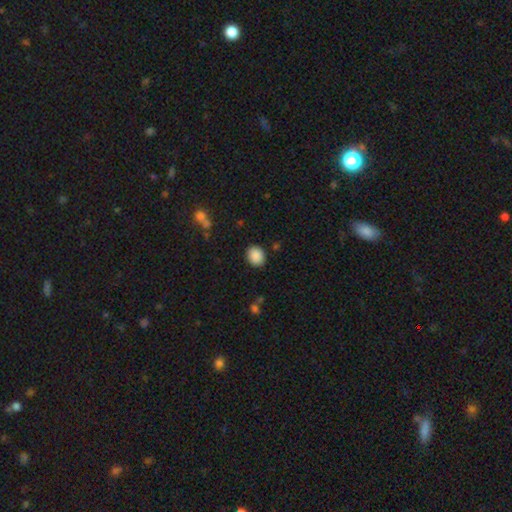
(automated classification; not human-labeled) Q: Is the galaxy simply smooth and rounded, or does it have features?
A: smooth — 88%.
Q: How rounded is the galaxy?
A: round — 56%.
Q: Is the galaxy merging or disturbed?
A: none — 88%.